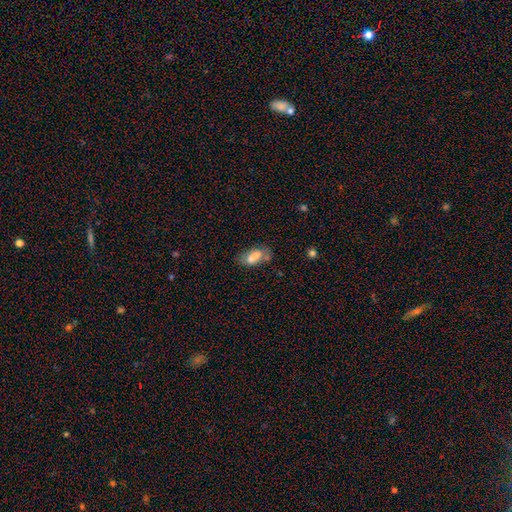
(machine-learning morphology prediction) Overall: smooth (70%). How rounded: in between (75%). Merging: none (60%; minor disturbance 22%).